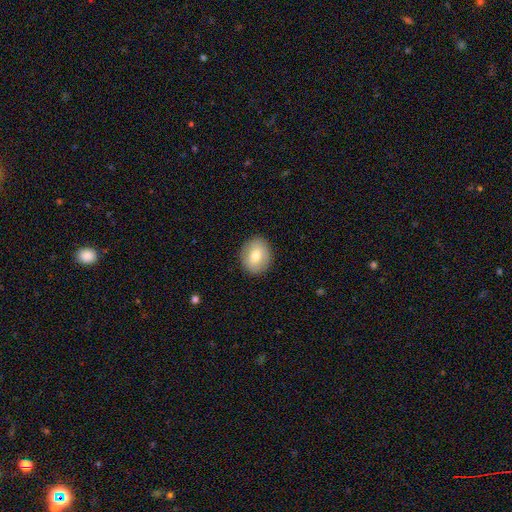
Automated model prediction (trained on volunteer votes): Q: Smooth or featured?
A: smooth (75%); runner-up: featured or disk (17%)
Q: How rounded?
A: round (51%); runner-up: in between (48%)
Q: Merging?
A: none (89%); runner-up: minor disturbance (8%)